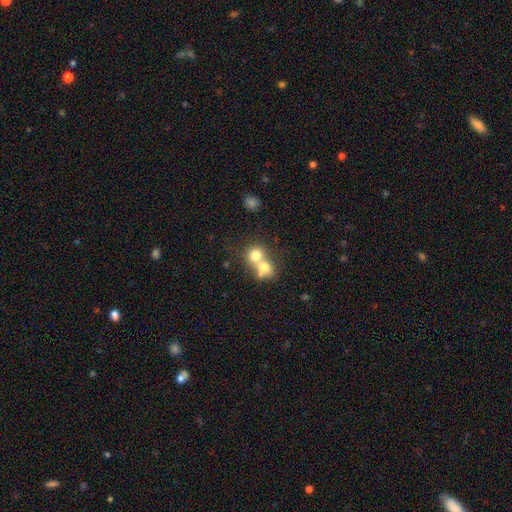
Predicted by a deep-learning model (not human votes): Q: Smooth or featured?
A: smooth (71%); runner-up: featured or disk (18%)
Q: How rounded?
A: round (72%); runner-up: in between (27%)
Q: Merging?
A: merger (69%); runner-up: none (23%)